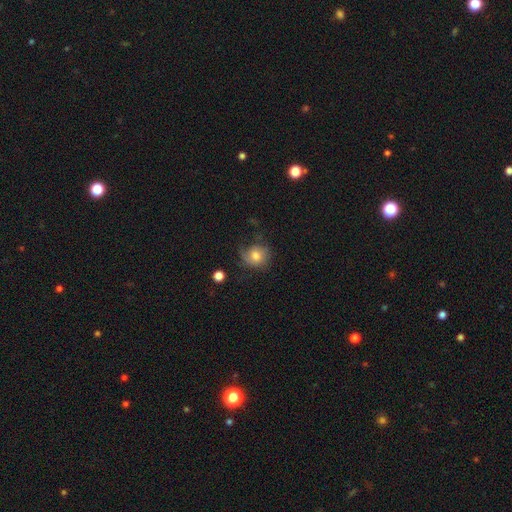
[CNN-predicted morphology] Smooth or featured?
  - smooth: 68% *
  - featured or disk: 23%
  - star or artifact: 10%
How rounded?
  - round: 78% *
  - in between: 22%
  - cigar-shaped: 1%
Merging?
  - none: 53% *
  - minor disturbance: 28%
  - major disturbance: 17%
  - merger: 2%